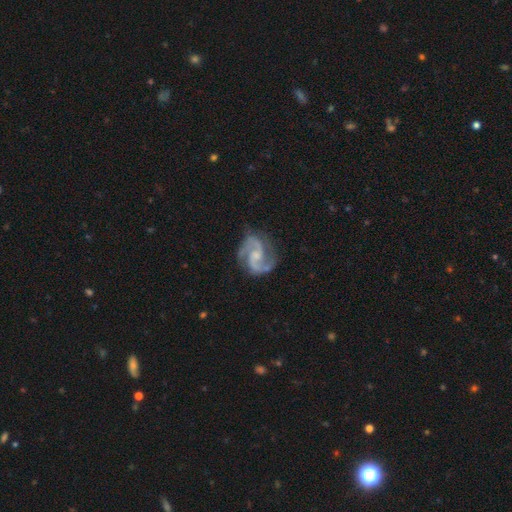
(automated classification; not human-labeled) The model was most divided on "bar": no: 47%, weak: 43%, strong: 10%. Remaining: spiral arms — yes (98%); edge-on disk — no (98%); smooth or featured — featured or disk (93%); spiral arm count — 2 (92%); merging — none (76%); spiral winding — medium (63%); bulge size — small (42%).